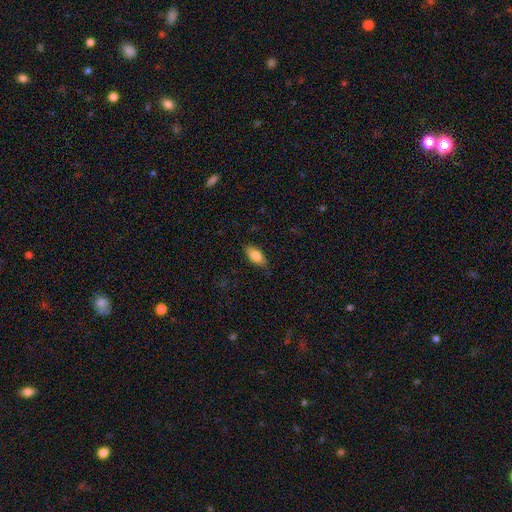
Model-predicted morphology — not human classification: smooth 80%, featured or disk 14%, star or artifact 7%. Down the decision tree: how rounded — in between (86%); merging — none (82%).